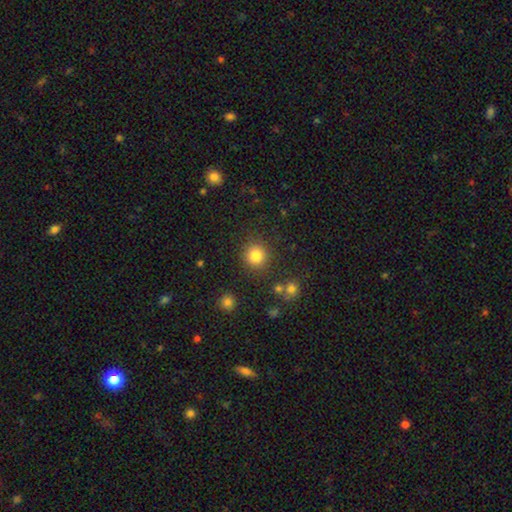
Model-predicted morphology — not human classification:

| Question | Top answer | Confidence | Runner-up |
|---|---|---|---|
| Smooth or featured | smooth | 83% | star or artifact (12%) |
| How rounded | round | 92% | in between (7%) |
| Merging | none | 87% | minor disturbance (7%) |